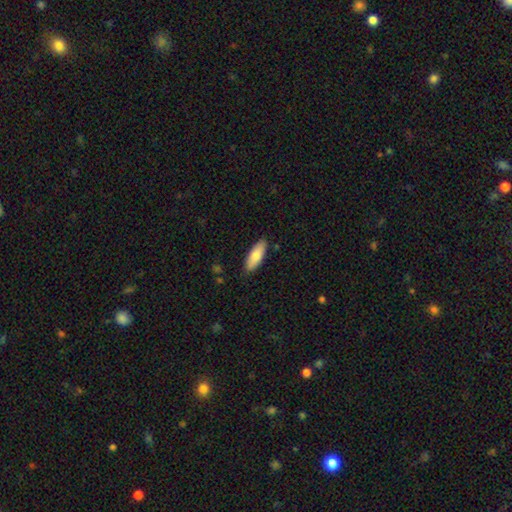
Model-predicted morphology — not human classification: Q: Smooth or featured?
A: smooth (81%); runner-up: featured or disk (14%)
Q: How rounded?
A: in between (68%); runner-up: cigar-shaped (30%)
Q: Merging?
A: none (87%); runner-up: minor disturbance (10%)